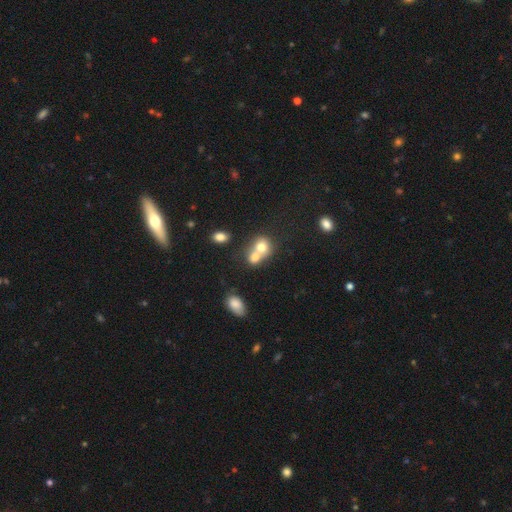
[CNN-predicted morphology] smooth-or-featured: smooth: 70% | featured or disk: 18% | star or artifact: 12%
  how-rounded: round: 66% | in between: 33% | cigar-shaped: 1%
  merging: merger: 65% | none: 25% | minor disturbance: 6% | major disturbance: 3%